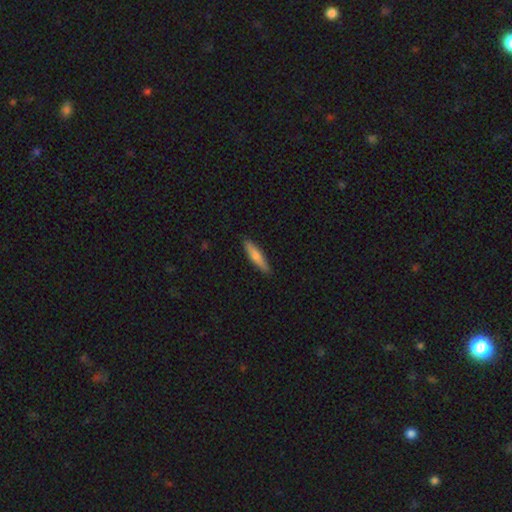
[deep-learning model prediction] smooth-or-featured: smooth: 70% | featured or disk: 25% | star or artifact: 6%
  how-rounded: cigar-shaped: 82% | in between: 17% | round: 2%
  merging: none: 89% | minor disturbance: 8% | major disturbance: 2% | merger: 1%